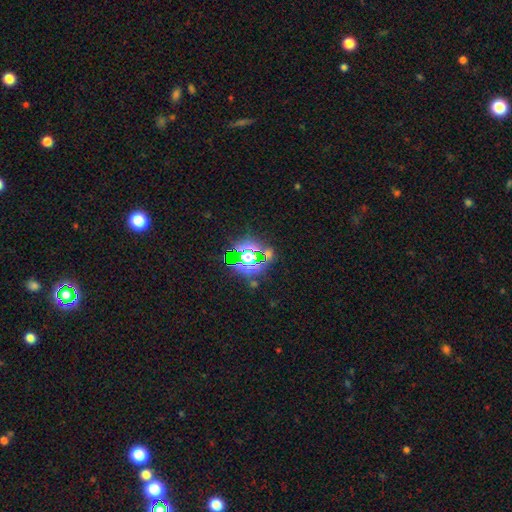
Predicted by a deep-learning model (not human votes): Smooth or featured?
  - star or artifact: 77% *
  - smooth: 14%
  - featured or disk: 9%